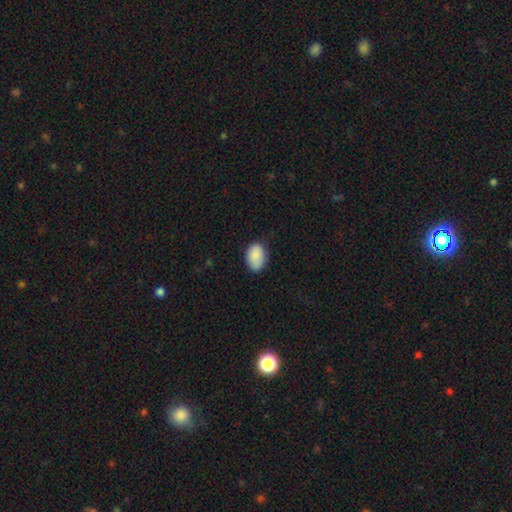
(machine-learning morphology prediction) smooth-or-featured: smooth: 88% | star or artifact: 7% | featured or disk: 5%
  how-rounded: in between: 87% | round: 12% | cigar-shaped: 1%
  merging: none: 75% | minor disturbance: 20% | major disturbance: 3% | merger: 1%